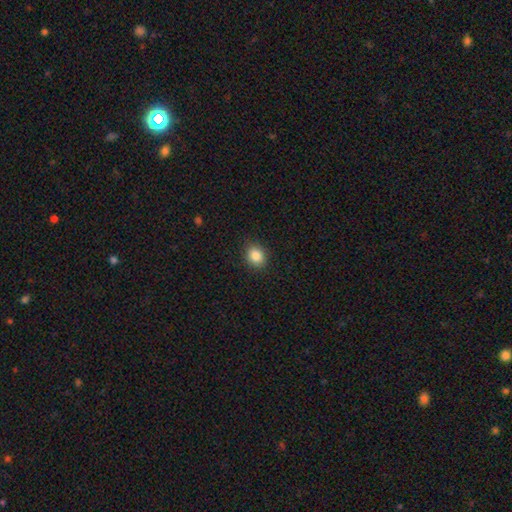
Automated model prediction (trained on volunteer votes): Smooth or featured? smooth (86%)
How rounded? round (64%)
Merging? none (88%)